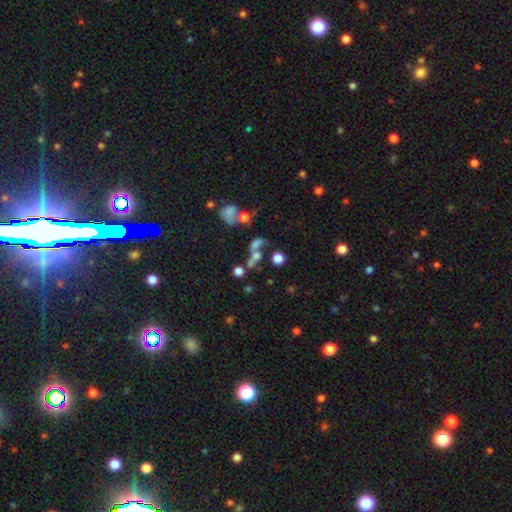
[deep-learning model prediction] The model was most divided on "merging": merger: 43%, none: 32%, major disturbance: 14%, minor disturbance: 11%. Remaining: smooth or featured — smooth (50%).